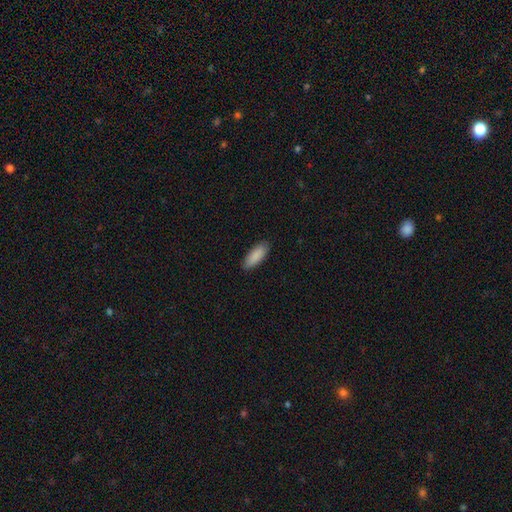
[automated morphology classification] type=smooth (90%); roundness=in between (70%); merging=none (87%).